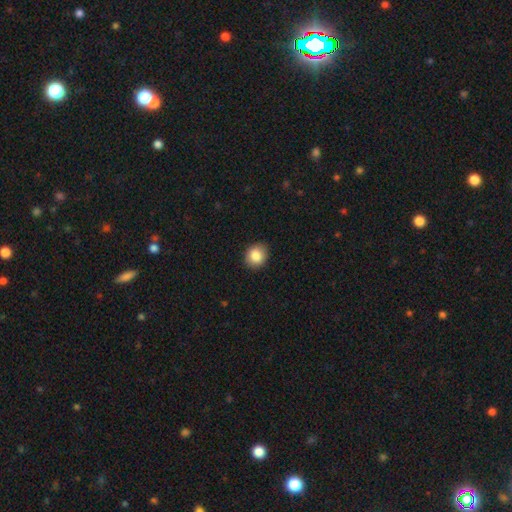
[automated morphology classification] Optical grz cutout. It shows a smooth galaxy with no disk features (85%) that is round (78%). Merging: none (88%).